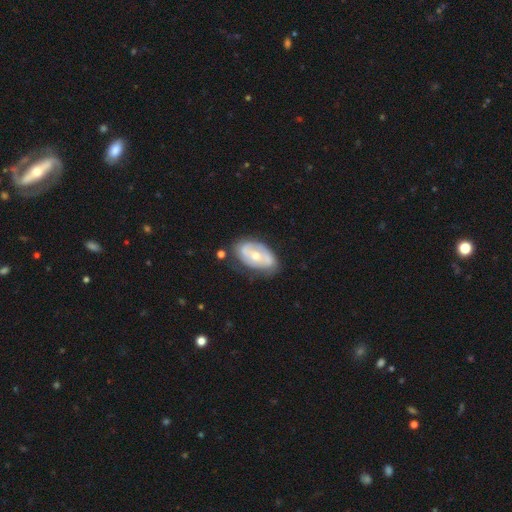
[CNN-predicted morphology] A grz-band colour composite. It shows a featured or disk galaxy (63%) with no bar (68%), spiral arms (53%) and a moderate central bulge (60%). Merging: none (61%).